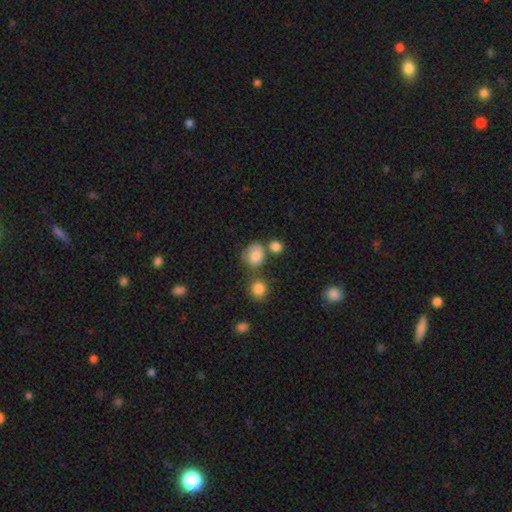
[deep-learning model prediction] Morphology: type=smooth (78%); roundness=round (54%); merging=none (39%).